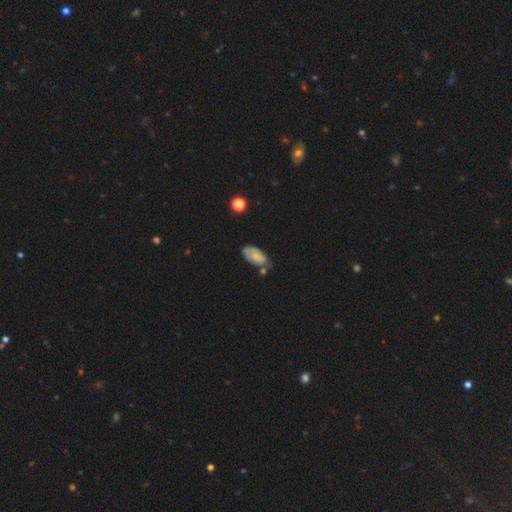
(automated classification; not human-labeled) smooth-or-featured: smooth: 73% | featured or disk: 19% | star or artifact: 8%
  how-rounded: in between: 92% | cigar-shaped: 5% | round: 3%
  merging: none: 55% | minor disturbance: 27% | merger: 11% | major disturbance: 7%